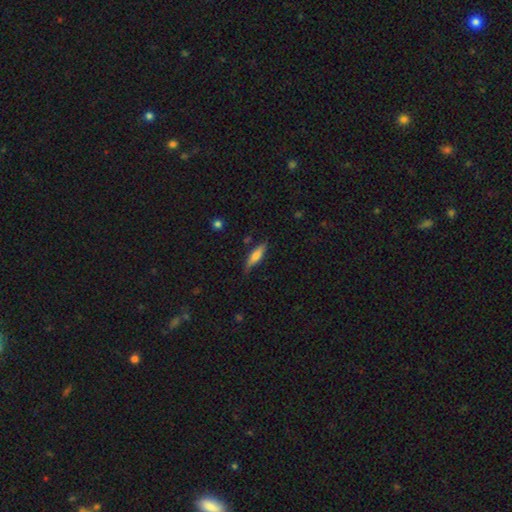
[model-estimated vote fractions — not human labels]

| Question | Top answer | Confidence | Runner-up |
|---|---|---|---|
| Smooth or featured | smooth | 58% | featured or disk (35%) |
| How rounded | cigar-shaped | 66% | in between (31%) |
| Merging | none | 75% | minor disturbance (19%) |